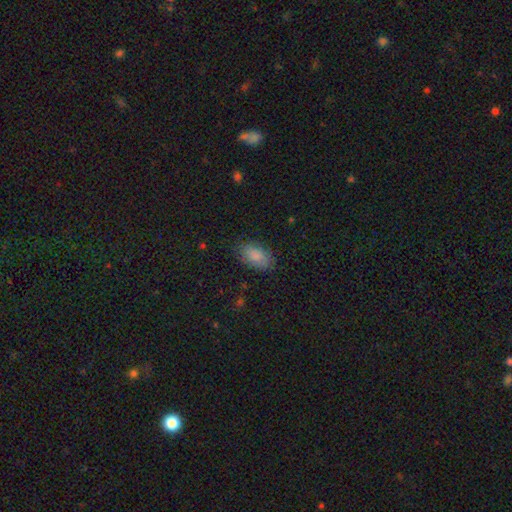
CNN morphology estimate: This is clearly a smooth galaxy (86%). How rounded: clearly in between (93%). Merging: clearly none (82%).